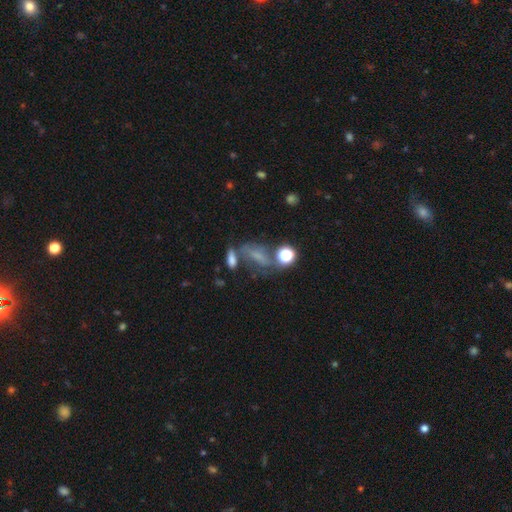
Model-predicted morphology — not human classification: featured or disk 36%, star or artifact 32%, smooth 32%. Down the decision tree: merging — none (40%).